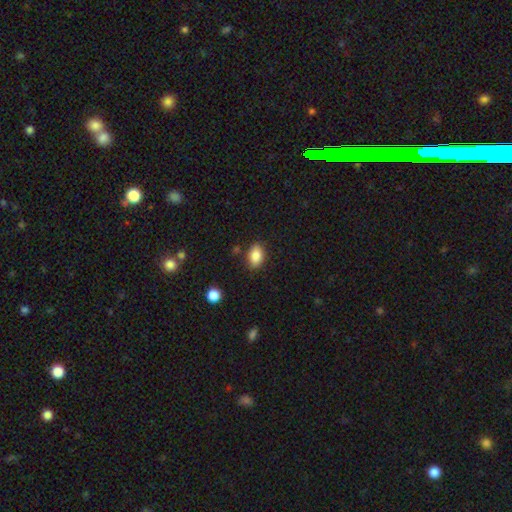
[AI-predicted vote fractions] This appears to be a smooth galaxy with no disk features (86%) that is in between round and cigar-shaped (86%). Merging: none (83%).